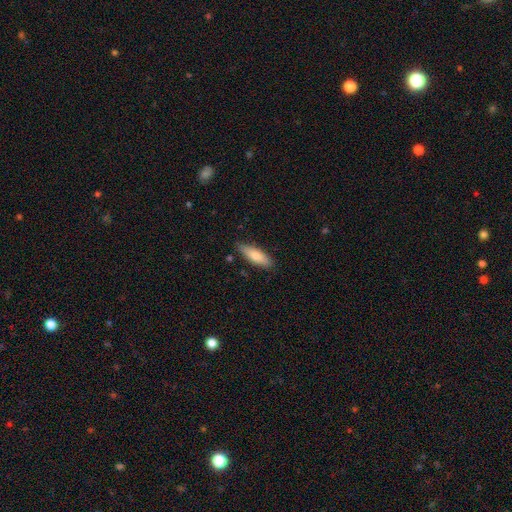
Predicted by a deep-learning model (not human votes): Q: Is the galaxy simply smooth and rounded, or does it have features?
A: smooth — 78%.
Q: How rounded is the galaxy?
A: in between — 52%.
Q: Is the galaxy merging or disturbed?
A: none — 82%.